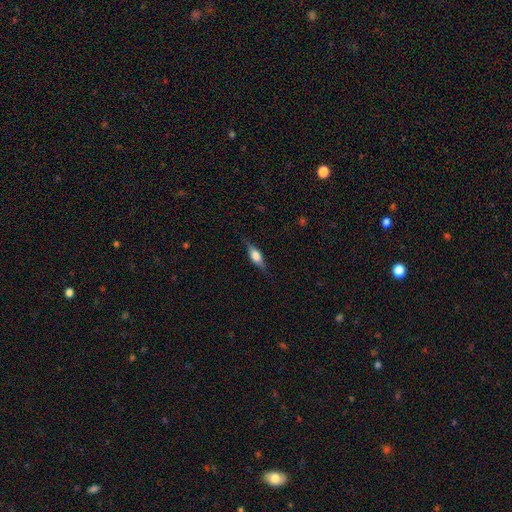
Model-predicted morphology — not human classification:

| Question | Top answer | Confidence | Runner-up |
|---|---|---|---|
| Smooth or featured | featured or disk | 51% | smooth (42%) |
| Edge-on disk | yes | 94% | no (6%) |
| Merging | none | 81% | minor disturbance (14%) |